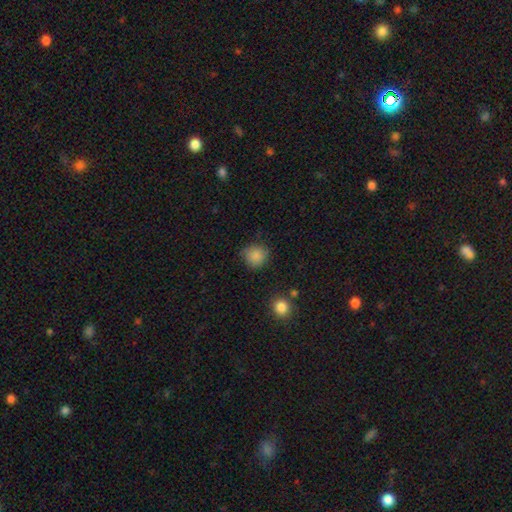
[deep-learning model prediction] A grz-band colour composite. It shows a smooth galaxy with no disk features (85%) that is round (86%). Merging: none (78%).